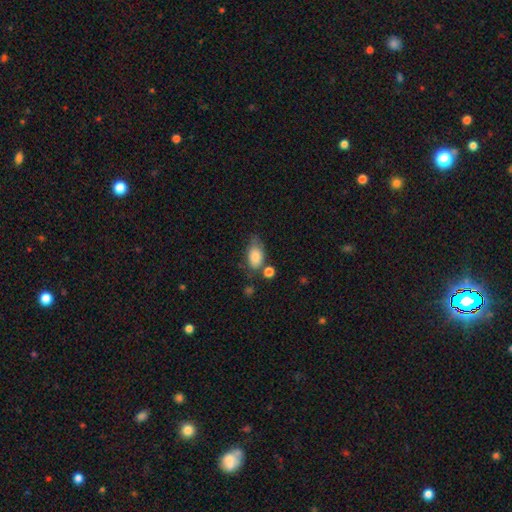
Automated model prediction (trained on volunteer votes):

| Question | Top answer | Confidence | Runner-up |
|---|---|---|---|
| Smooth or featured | smooth | 83% | featured or disk (10%) |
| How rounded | in between | 90% | round (8%) |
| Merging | none | 52% | minor disturbance (28%) |